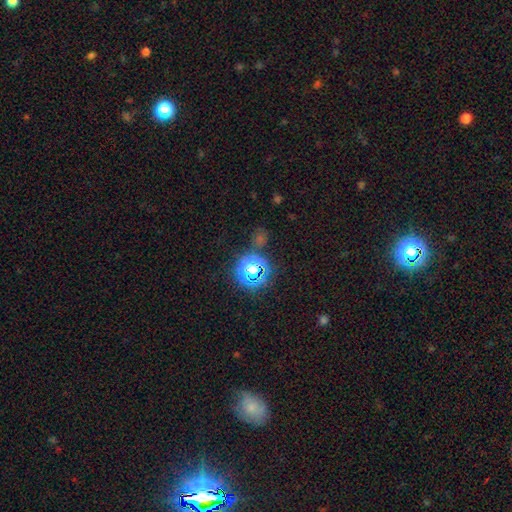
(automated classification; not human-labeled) A star or artifact, not a galaxy (67%).